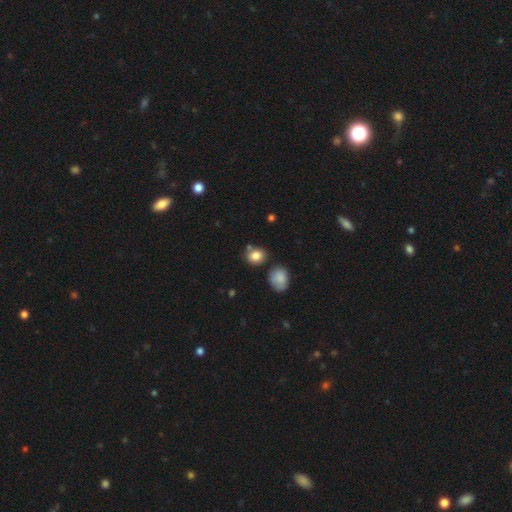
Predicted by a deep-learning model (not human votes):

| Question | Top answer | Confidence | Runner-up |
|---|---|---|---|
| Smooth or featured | smooth | 84% | star or artifact (10%) |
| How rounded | round | 67% | in between (32%) |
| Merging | none | 71% | minor disturbance (15%) |